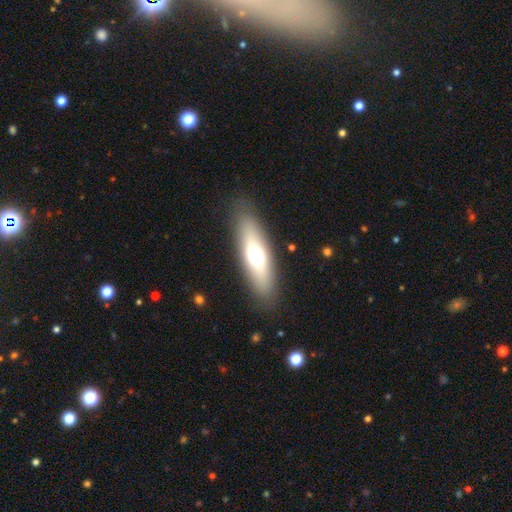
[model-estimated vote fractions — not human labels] Overall: smooth (59%; featured or disk 32%). How rounded: in between (56%; cigar-shaped 40%). Merging: none (86%).